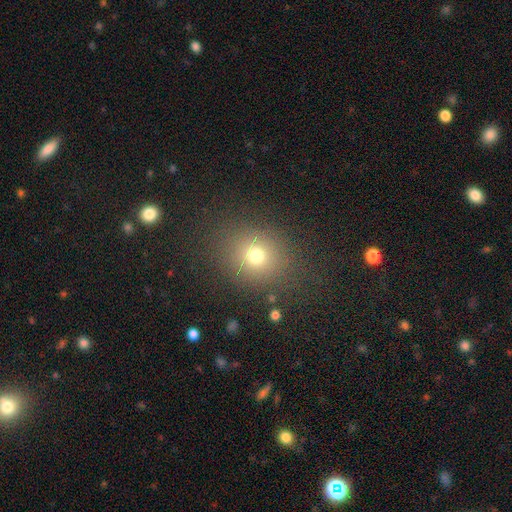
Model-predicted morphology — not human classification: Smooth or featured? smooth (73%)
How rounded? round (70%)
Merging? none (82%)